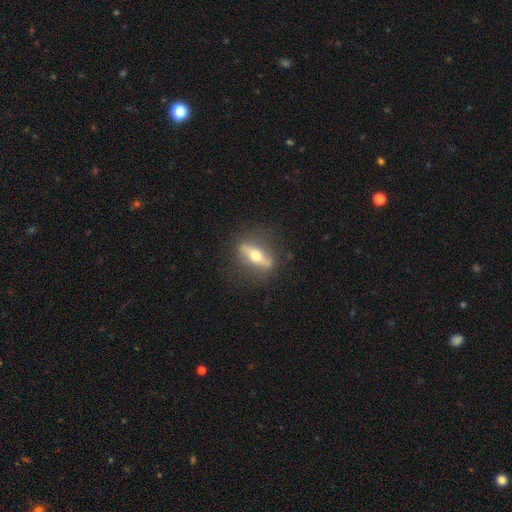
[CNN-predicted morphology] featured or disk 65%, smooth 28%, star or artifact 7%. Down the decision tree: edge-on disk — yes (72%); merging — none (81%).